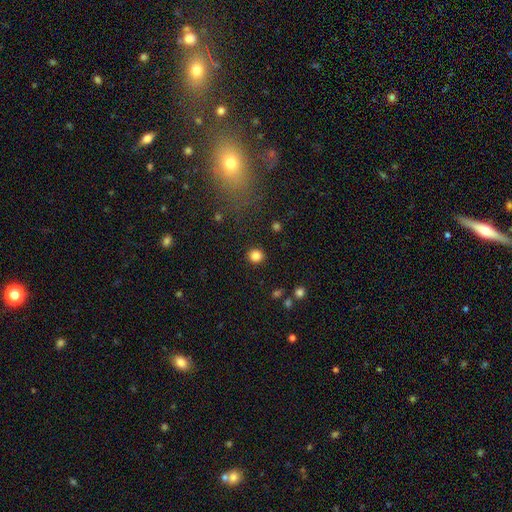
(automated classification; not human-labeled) Smooth or featured? smooth (84%)
How rounded? round (91%)
Merging? none (91%)